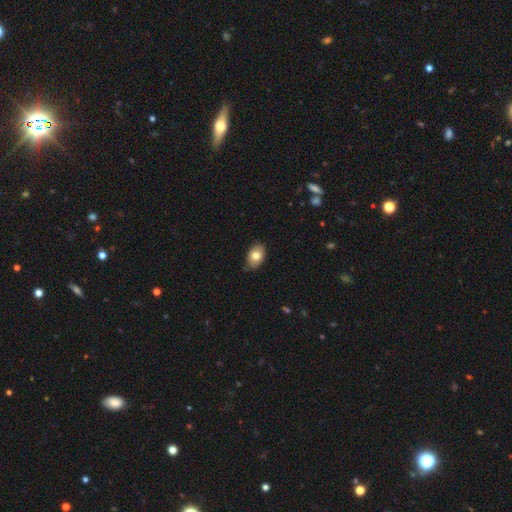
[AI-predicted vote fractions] Q: Smooth or featured?
A: smooth (78%); runner-up: featured or disk (14%)
Q: How rounded?
A: in between (88%); runner-up: round (11%)
Q: Merging?
A: none (81%); runner-up: minor disturbance (16%)